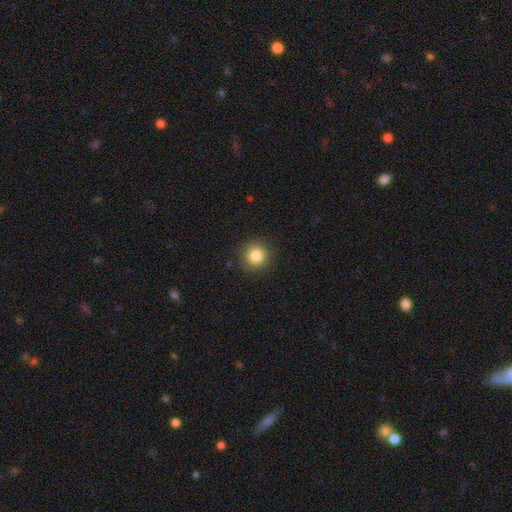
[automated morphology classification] Overall: smooth (84%). How rounded: round (94%). Merging: none (89%).